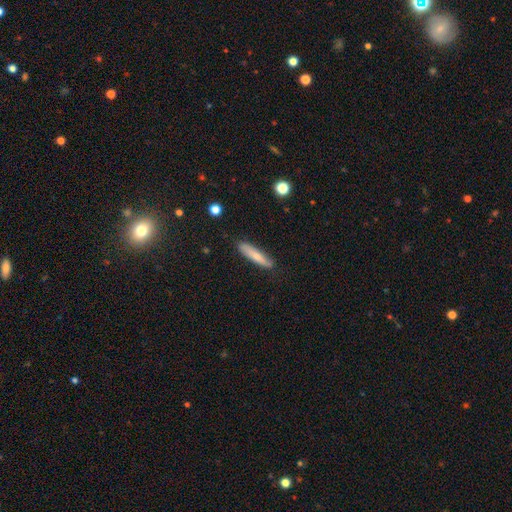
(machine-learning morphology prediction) This appears to be a smooth galaxy with no disk features (68%) that is cigar-shaped (82%). Merging: none (84%).